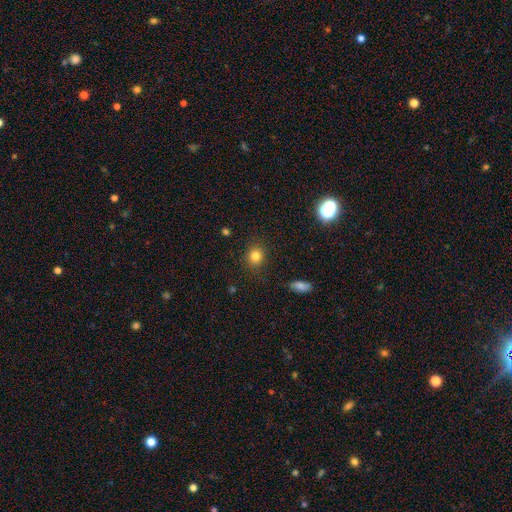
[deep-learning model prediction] smooth_or_featured: smooth (p=0.82) [alt: star or artifact p=0.12]
how_rounded: round (p=0.76) [alt: in between p=0.23]
merging: none (p=0.87) [alt: minor disturbance p=0.08]